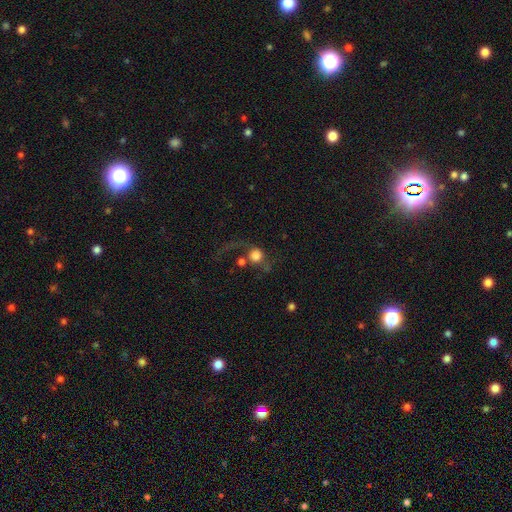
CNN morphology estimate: The model was most divided on "merging": major disturbance: 33%, none: 29%, merger: 26%, minor disturbance: 12%. More confident: how rounded — round (88%); smooth or featured — smooth (64%).